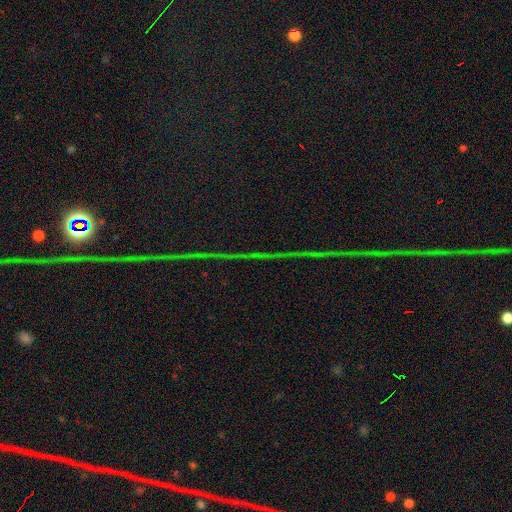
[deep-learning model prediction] This is clearly a star or artifact rather than a galaxy (84%).